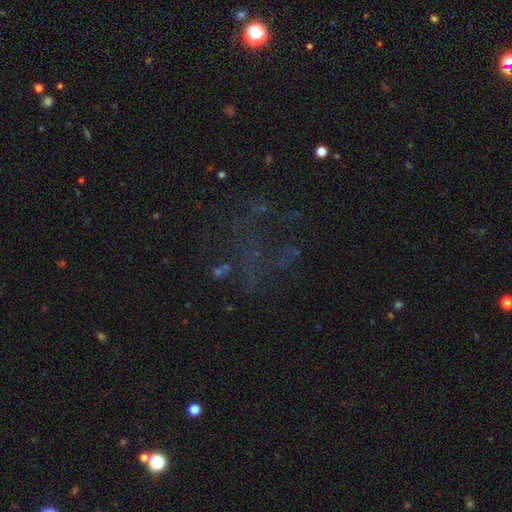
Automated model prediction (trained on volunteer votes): A star or artifact, not a galaxy (51%).

Vote fractions:
- Smooth or featured? star or artifact: 51% / featured or disk: 27% / smooth: 22%